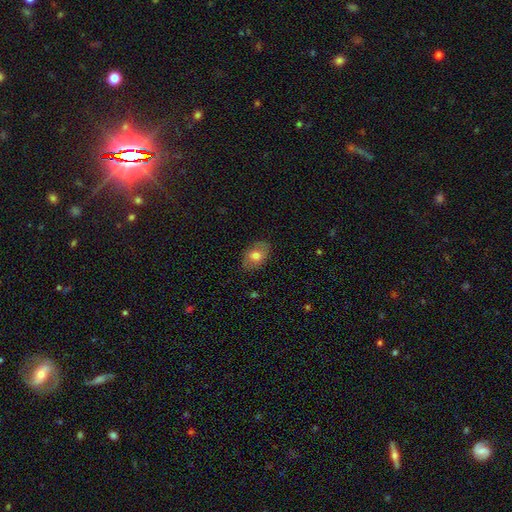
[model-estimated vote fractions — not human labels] Smooth or featured: smooth — 71% (featured or disk — 22%)
How rounded: in between — 83% (round — 16%)
Merging: none — 81% (minor disturbance — 15%)